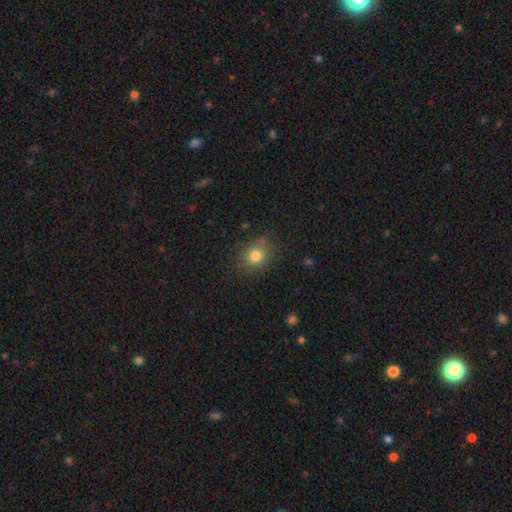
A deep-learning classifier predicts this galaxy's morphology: A smooth galaxy with no disk features (79%) that is round (65%). Merging: none (77%).